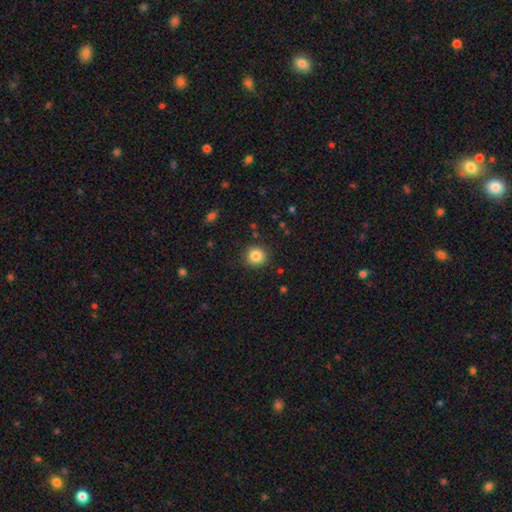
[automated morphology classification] type=smooth (85%); roundness=round (91%); merging=none (89%).